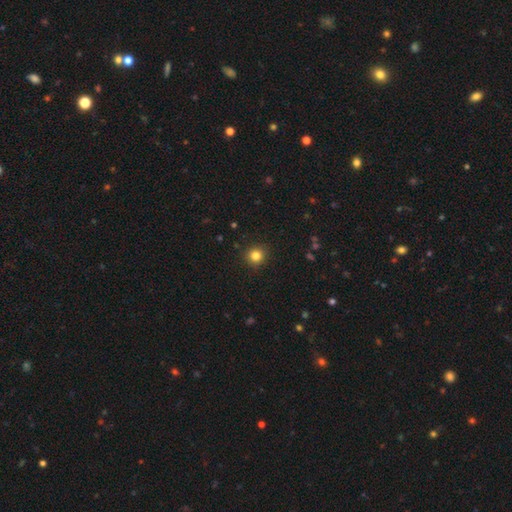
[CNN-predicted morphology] smooth_or_featured: smooth (p=0.83) [alt: star or artifact p=0.13]
how_rounded: round (p=0.92) [alt: in between p=0.07]
merging: none (p=0.91) [alt: minor disturbance p=0.06]